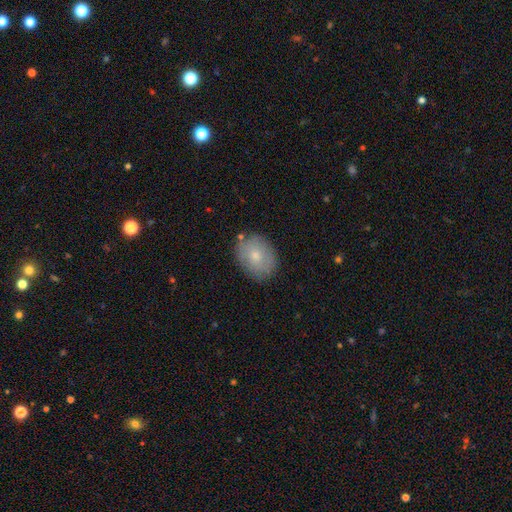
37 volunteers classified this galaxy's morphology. A smooth galaxy with no disk features (86%) that is in between round and cigar-shaped (75%). Merging: none (83%).